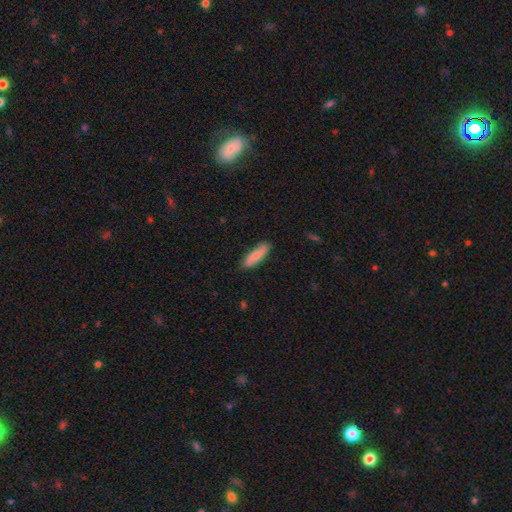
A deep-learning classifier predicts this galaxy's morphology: This is likely a smooth galaxy (78%). How rounded: likely cigar-shaped (60%). Merging: clearly none (83%).